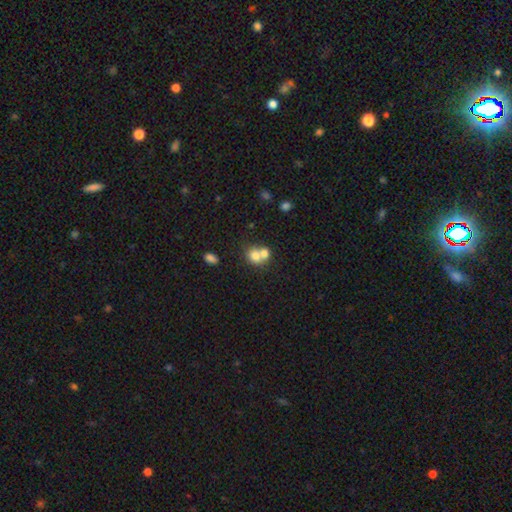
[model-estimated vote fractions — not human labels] smooth_or_featured: smooth (p=0.73) [alt: featured or disk p=0.17]
how_rounded: round (p=0.69) [alt: in between p=0.30]
merging: merger (p=0.63) [alt: none p=0.27]